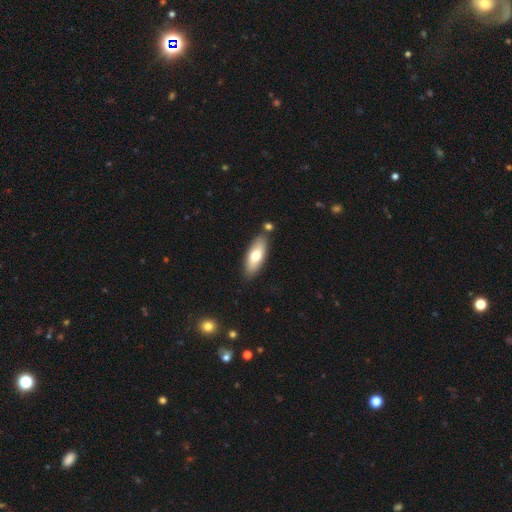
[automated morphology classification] Smooth or featured: smooth — 69% (featured or disk — 25%)
How rounded: in between — 75% (cigar-shaped — 23%)
Merging: none — 81% (minor disturbance — 11%)